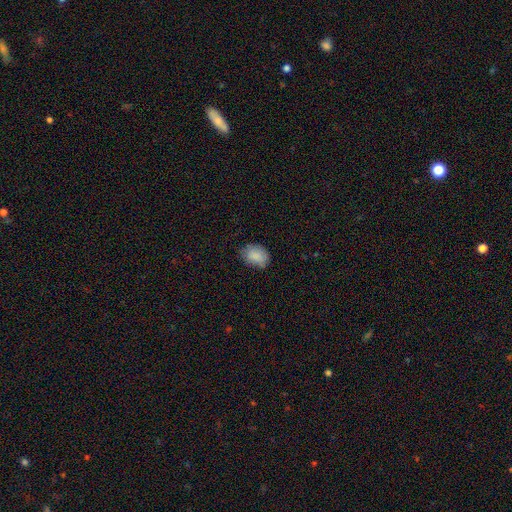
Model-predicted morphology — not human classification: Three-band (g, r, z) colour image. It shows a smooth galaxy with no disk features (85%) that is in between round and cigar-shaped (74%). Merging: none (67%).